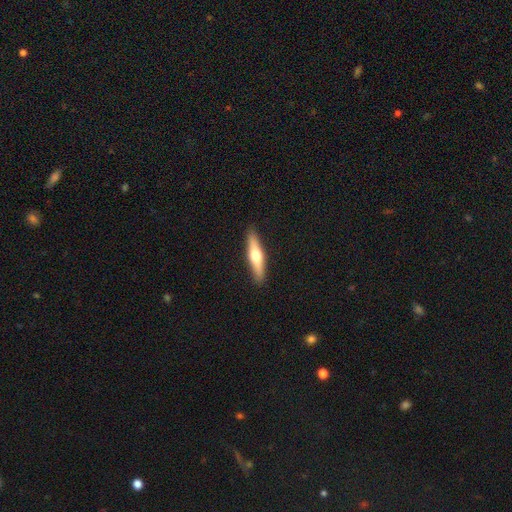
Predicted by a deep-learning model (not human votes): Q: Smooth or featured?
A: featured or disk (49%); runner-up: smooth (46%)
Q: Merging?
A: none (90%); runner-up: minor disturbance (7%)